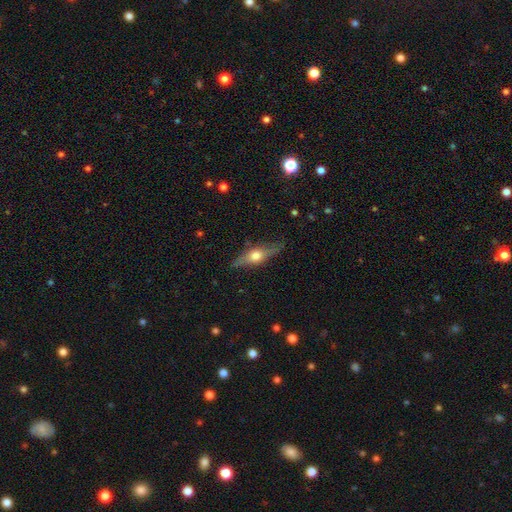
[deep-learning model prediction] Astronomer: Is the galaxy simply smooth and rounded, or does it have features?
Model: featured or disk — 59%.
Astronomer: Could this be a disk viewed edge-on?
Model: yes — 89%.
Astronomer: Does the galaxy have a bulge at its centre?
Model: rounded — 94%.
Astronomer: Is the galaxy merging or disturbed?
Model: none — 81%.